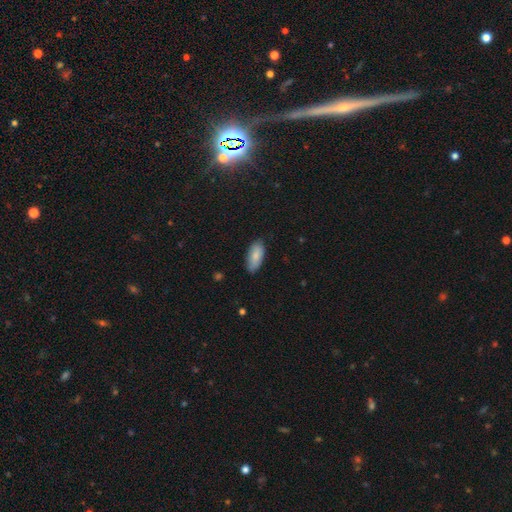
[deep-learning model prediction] Overall: smooth (83%). How rounded: in between (90%). Merging: none (82%).